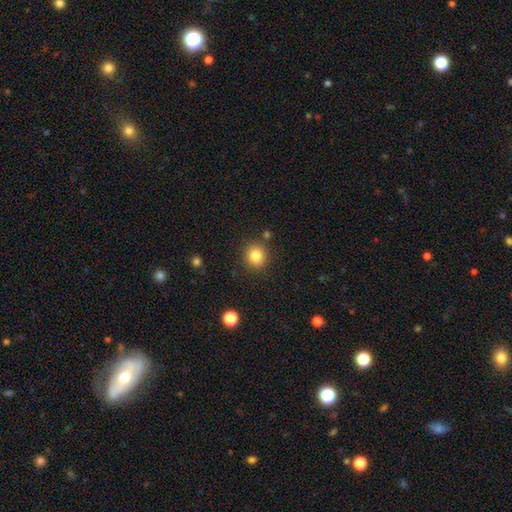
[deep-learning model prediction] Morphology: type=smooth (83%); roundness=round (88%); merging=none (86%).